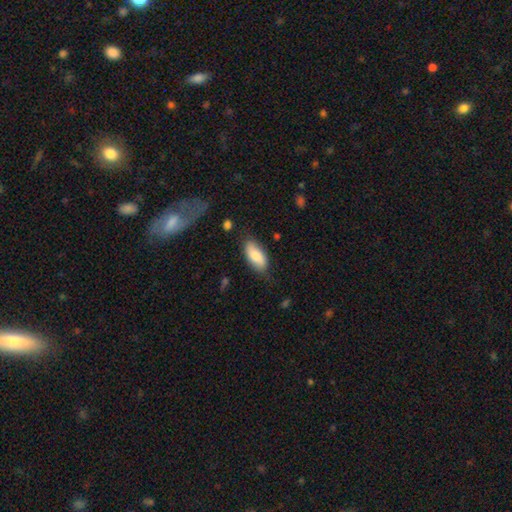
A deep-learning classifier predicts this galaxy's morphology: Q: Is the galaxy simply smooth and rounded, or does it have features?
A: smooth — 81%.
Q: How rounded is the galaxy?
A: in between — 88%.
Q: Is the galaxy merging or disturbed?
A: none — 73%.